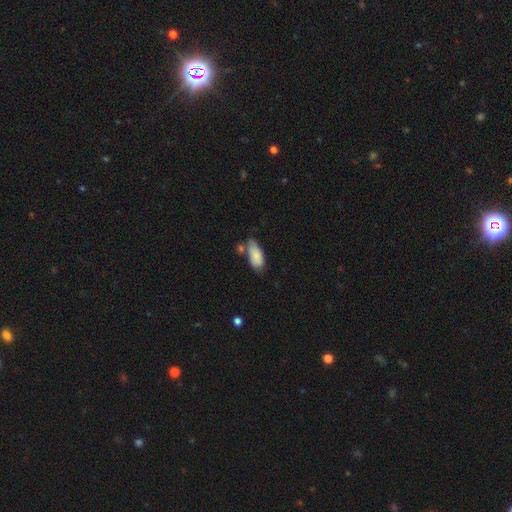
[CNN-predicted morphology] Smooth or featured?
  - smooth: 84% *
  - featured or disk: 10%
  - star or artifact: 7%
How rounded?
  - in between: 86% *
  - cigar-shaped: 12%
  - round: 2%
Merging?
  - none: 52% *
  - minor disturbance: 26%
  - merger: 16%
  - major disturbance: 6%